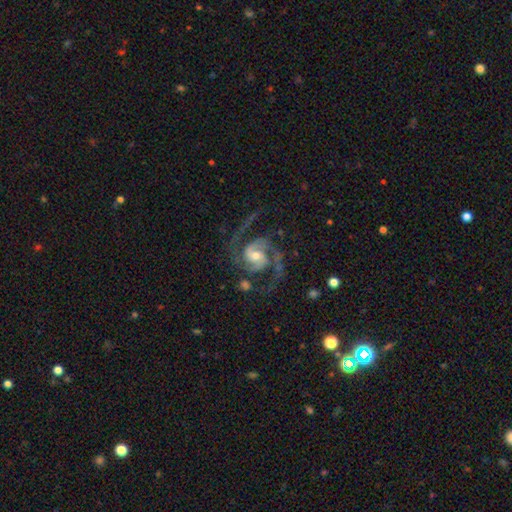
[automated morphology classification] smooth-or-featured: featured or disk: 93% | star or artifact: 4% | smooth: 3%
  disk-edge-on: no: 98% | yes: 2%
    bar: weak: 43% (tied) | no: 43% (tied) | strong: 14%
    has-spiral-arms: yes: 99% | no: 1%
      spiral-winding: medium: 59% | tight: 27% | loose: 14%
      spiral-arm-count: 2: 72% | 3: 17% | can't tell: 3% | 4: 3% | 1: 2% | more than 4: 2%
    bulge-size: moderate: 53% | small: 40% | large: 4% | none: 2% | dominant: 1%
  merging: none: 70% | minor disturbance: 15% | major disturbance: 13% | merger: 2%